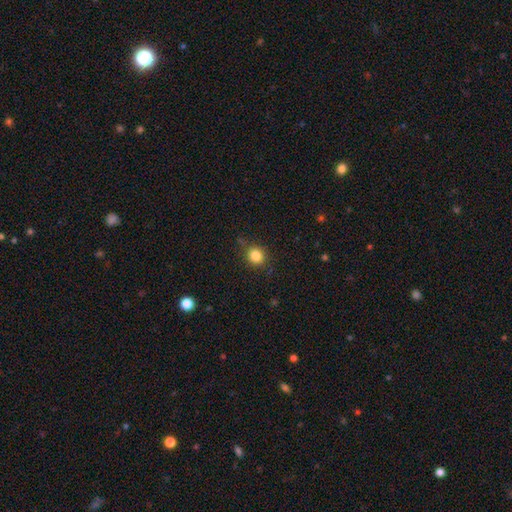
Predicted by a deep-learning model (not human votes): A smooth galaxy with no disk features (84%) that is round (85%).

Vote fractions:
- Smooth or featured? smooth: 84% / star or artifact: 11% / featured or disk: 5%
- How rounded? round: 85% / in between: 14% / cigar-shaped: 1%
- Merging? none: 82% / minor disturbance: 12% / major disturbance: 3% / merger: 2%